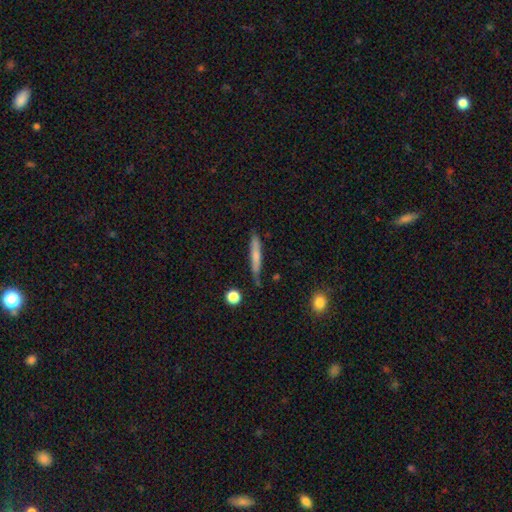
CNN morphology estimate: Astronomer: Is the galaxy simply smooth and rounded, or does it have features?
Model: smooth — 65%.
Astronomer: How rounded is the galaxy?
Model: cigar-shaped — 92%.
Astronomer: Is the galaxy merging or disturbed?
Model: none — 76%.